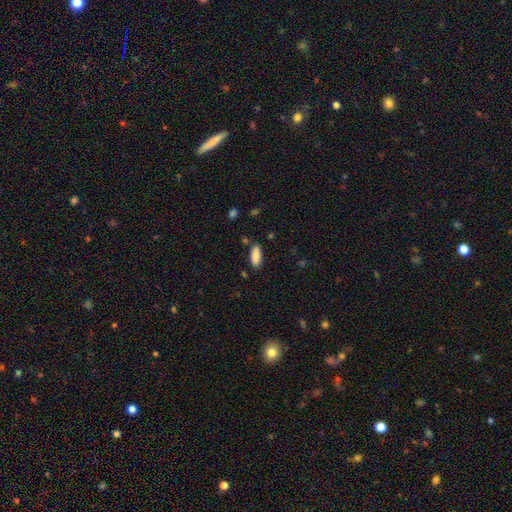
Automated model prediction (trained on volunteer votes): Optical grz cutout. It shows a smooth galaxy with no disk features (87%) that is in between round and cigar-shaped (82%). Merging: none (84%).